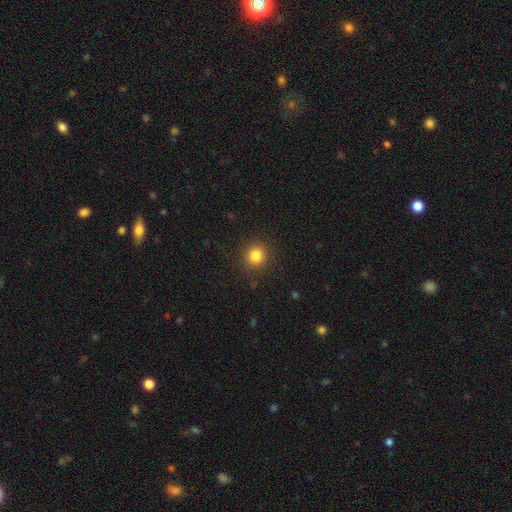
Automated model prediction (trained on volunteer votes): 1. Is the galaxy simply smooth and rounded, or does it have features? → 83% smooth, 12% star or artifact, 5% featured or disk.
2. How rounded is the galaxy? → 91% round, 8% in between, 1% cigar-shaped.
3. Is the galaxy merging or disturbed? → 90% none, 6% minor disturbance, 2% major disturbance, 1% merger.